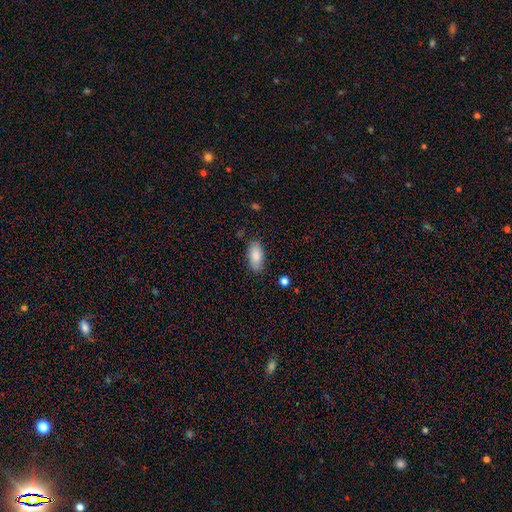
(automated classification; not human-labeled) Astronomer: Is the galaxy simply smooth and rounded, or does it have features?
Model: smooth — 82%.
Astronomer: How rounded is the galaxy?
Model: in between — 92%.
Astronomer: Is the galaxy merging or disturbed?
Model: none — 81%.